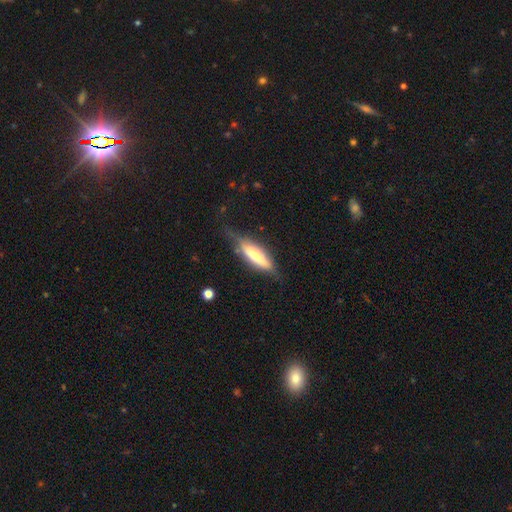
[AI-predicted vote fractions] Q: Smooth or featured?
A: smooth (56%); runner-up: featured or disk (37%)
Q: How rounded?
A: cigar-shaped (61%); runner-up: in between (37%)
Q: Merging?
A: none (62%); runner-up: minor disturbance (26%)